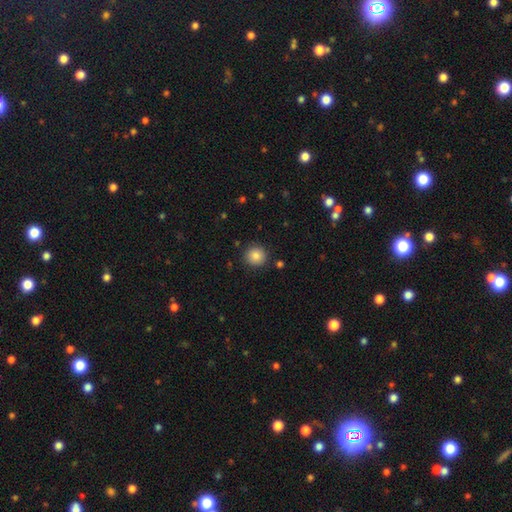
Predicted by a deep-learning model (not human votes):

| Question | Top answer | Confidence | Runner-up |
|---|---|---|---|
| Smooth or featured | smooth | 84% | star or artifact (10%) |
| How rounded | round | 92% | in between (7%) |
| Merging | none | 89% | minor disturbance (7%) |